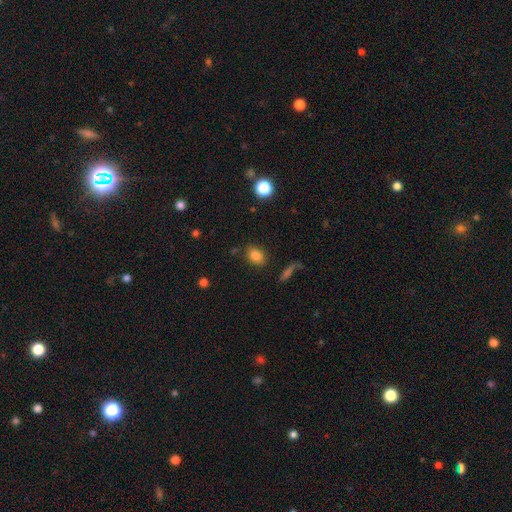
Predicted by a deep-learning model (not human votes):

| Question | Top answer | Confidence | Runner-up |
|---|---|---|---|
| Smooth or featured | smooth | 83% | star or artifact (11%) |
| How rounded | in between | 62% | round (36%) |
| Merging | none | 84% | minor disturbance (10%) |